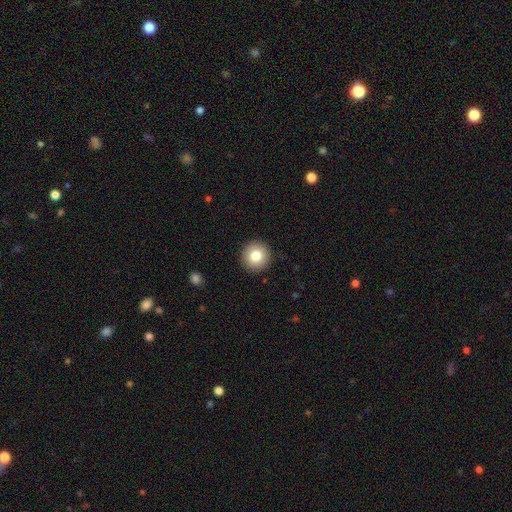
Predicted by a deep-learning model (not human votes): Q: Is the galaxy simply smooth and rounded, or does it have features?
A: smooth — 81%.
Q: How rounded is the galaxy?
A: round — 95%.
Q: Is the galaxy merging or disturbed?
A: none — 92%.